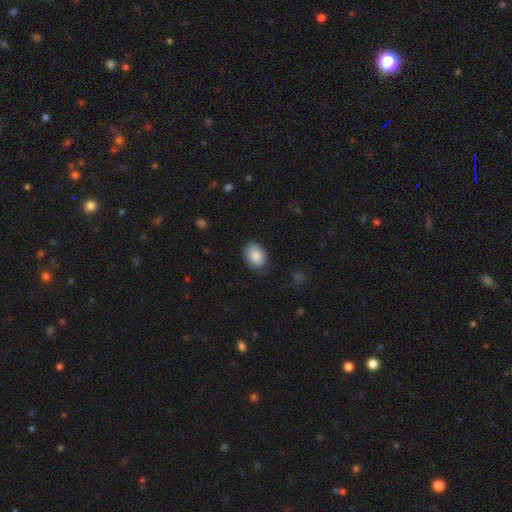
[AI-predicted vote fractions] This is clearly a smooth galaxy (89%). How rounded: likely in between (78%). Merging: clearly none (81%).